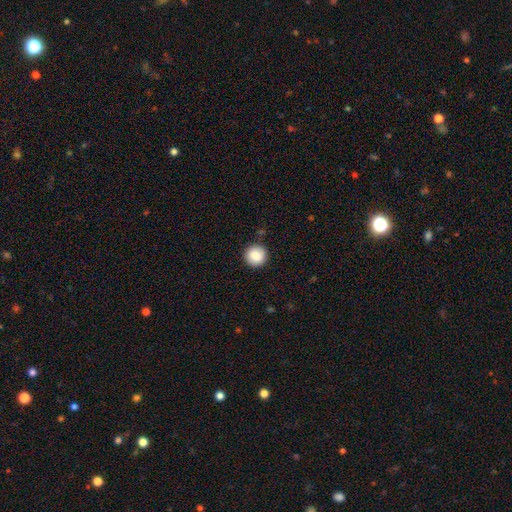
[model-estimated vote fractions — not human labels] A smooth galaxy with no disk features (87%) that is round (95%).

Vote fractions:
- Smooth or featured? smooth: 87% / star or artifact: 8% / featured or disk: 4%
- How rounded? round: 95% / in between: 4% / cigar-shaped: 1%
- Merging? none: 90% / minor disturbance: 7% / major disturbance: 2% / merger: 1%